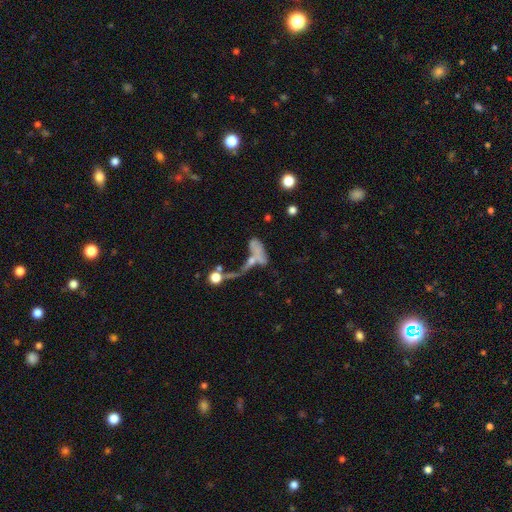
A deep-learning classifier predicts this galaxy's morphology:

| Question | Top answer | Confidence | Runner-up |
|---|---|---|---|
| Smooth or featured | smooth | 49% | featured or disk (36%) |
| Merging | merger | 50% | major disturbance (25%) |